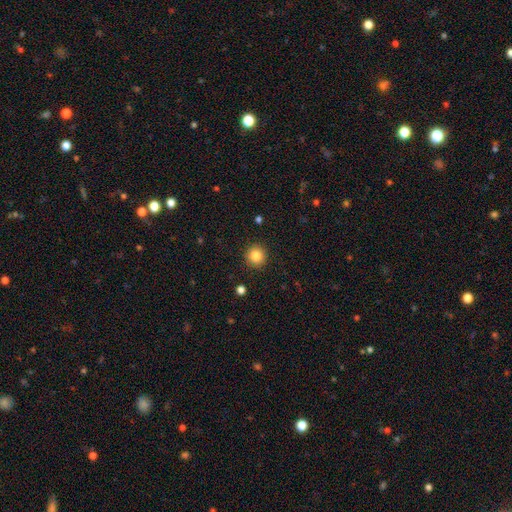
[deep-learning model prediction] Smooth or featured?
  - smooth: 85% *
  - star or artifact: 10%
  - featured or disk: 5%
How rounded?
  - round: 94% *
  - in between: 5%
  - cigar-shaped: 1%
Merging?
  - none: 91% *
  - minor disturbance: 6%
  - major disturbance: 2%
  - merger: 1%